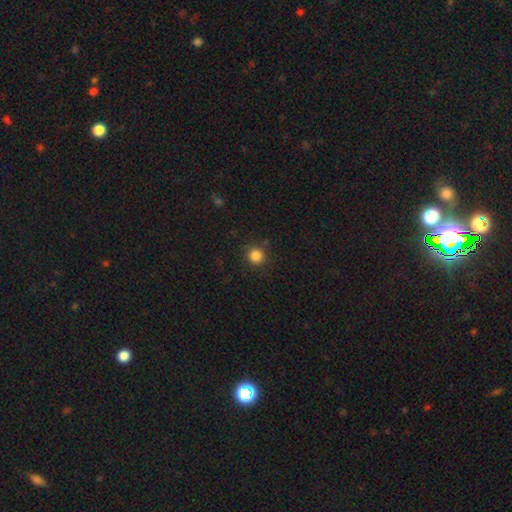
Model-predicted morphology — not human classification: This is clearly a smooth galaxy (84%). How rounded: clearly round (94%). Merging: clearly none (87%).